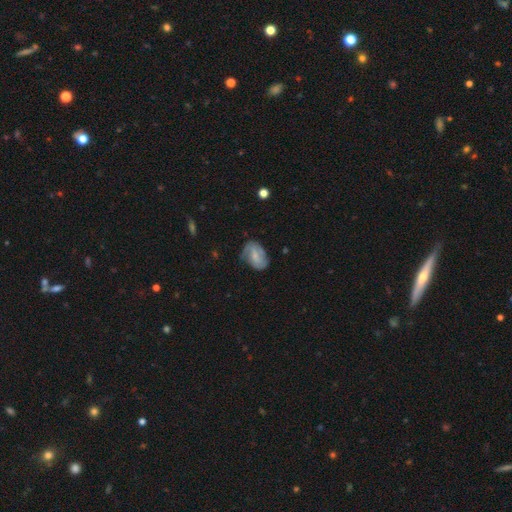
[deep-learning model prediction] This is possibly a featured or disk galaxy (51%). It is clearly not viewed edge-on (96%). Merging: possibly none (56%).